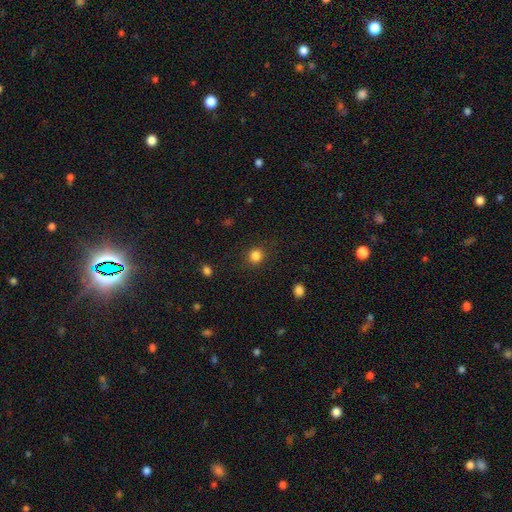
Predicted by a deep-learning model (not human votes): Overall: smooth (84%). How rounded: round (88%). Merging: none (89%).